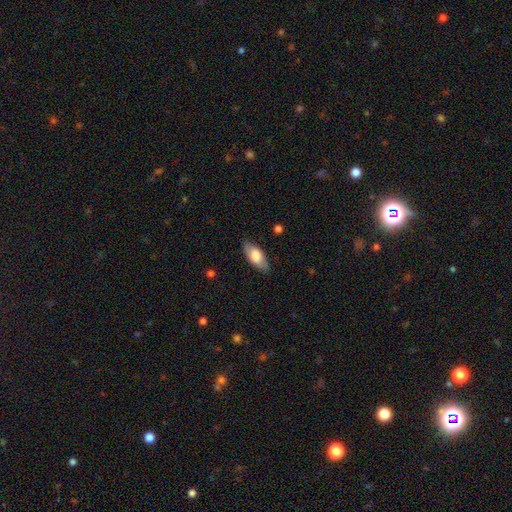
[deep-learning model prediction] Smooth or featured: smooth — 71% (featured or disk — 23%)
How rounded: in between — 85% (cigar-shaped — 12%)
Merging: none — 81% (minor disturbance — 14%)